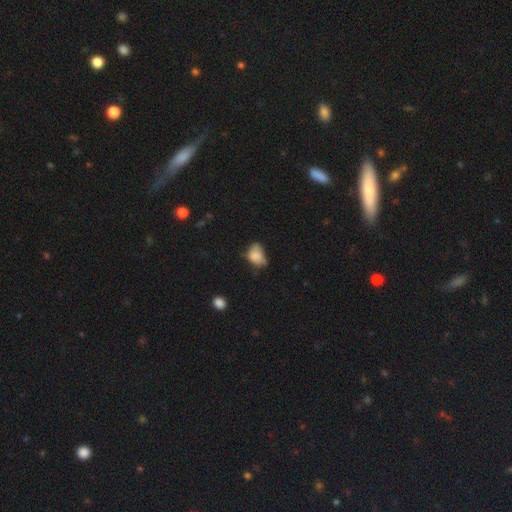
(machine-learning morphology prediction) smooth-or-featured: smooth: 77% | featured or disk: 13% | star or artifact: 10%
  how-rounded: in between: 72% | round: 27% | cigar-shaped: 1%
  merging: minor disturbance: 42% | none: 34% | major disturbance: 19% | merger: 5%